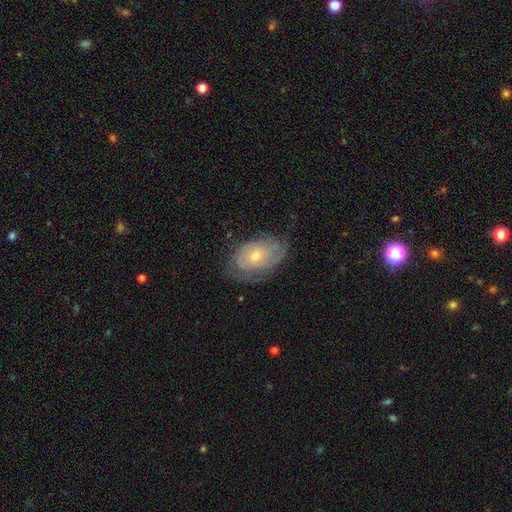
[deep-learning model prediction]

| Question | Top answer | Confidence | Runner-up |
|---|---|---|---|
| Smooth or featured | featured or disk | 68% | smooth (25%) |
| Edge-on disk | no | 94% | yes (6%) |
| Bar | no | 80% | weak (17%) |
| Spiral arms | yes | 78% | no (22%) |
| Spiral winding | tight | 64% | medium (25%) |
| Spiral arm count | can't tell | 48% | 2 (30%) |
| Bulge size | small | 49% | moderate (47%) |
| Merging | none | 64% | minor disturbance (24%) |